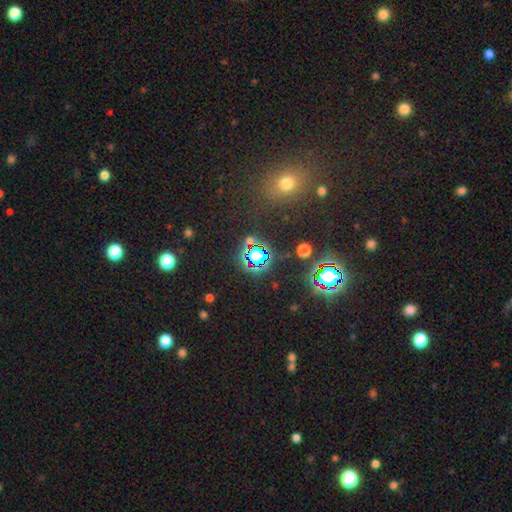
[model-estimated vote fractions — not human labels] Smooth or featured? star or artifact (68%)